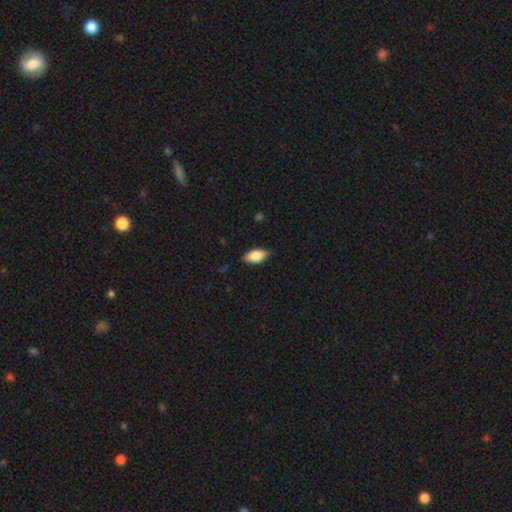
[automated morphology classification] The model was most divided on "merging": none: 84%, minor disturbance: 13%, major disturbance: 2%, merger: 1%. More confident: how rounded — in between (89%); smooth or featured — smooth (82%).